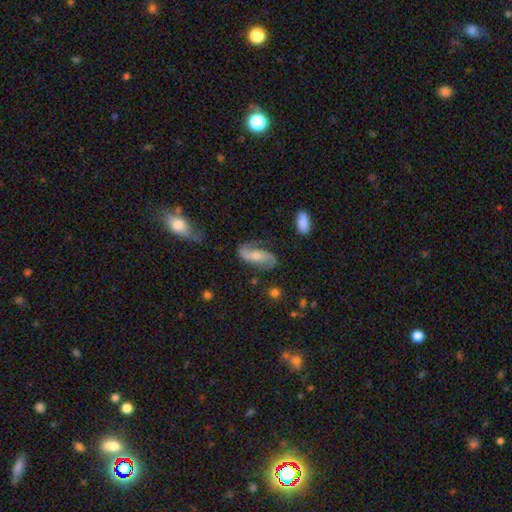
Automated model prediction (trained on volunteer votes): Q: Smooth or featured?
A: featured or disk (77%); runner-up: smooth (16%)
Q: Edge-on disk?
A: no (95%); runner-up: yes (5%)
Q: Bar?
A: no (49%); runner-up: weak (37%)
Q: Spiral arms?
A: yes (95%); runner-up: no (5%)
Q: Spiral winding?
A: loose (51%); runner-up: medium (37%)
Q: Spiral arm count?
A: 2 (91%); runner-up: can't tell (3%)
Q: Bulge size?
A: moderate (40%); runner-up: small (33%)
Q: Merging?
A: none (70%); runner-up: minor disturbance (18%)